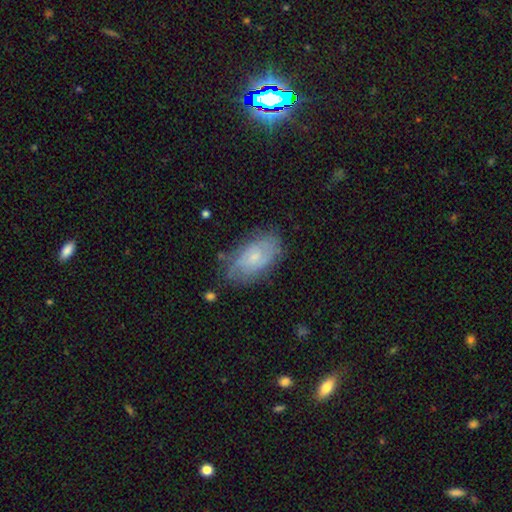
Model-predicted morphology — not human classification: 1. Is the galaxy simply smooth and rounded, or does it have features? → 50% featured or disk, 42% smooth, 8% star or artifact.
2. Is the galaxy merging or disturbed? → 70% none, 22% minor disturbance, 6% major disturbance, 2% merger.